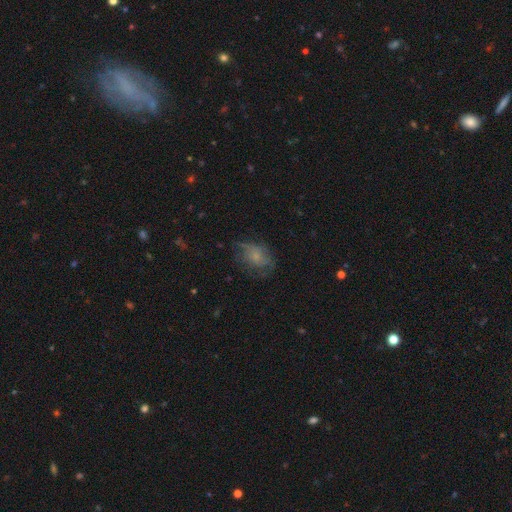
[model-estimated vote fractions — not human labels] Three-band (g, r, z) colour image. It shows a smooth galaxy with no disk features (50%) that is in between round and cigar-shaped (69%). Merging: none (48%).